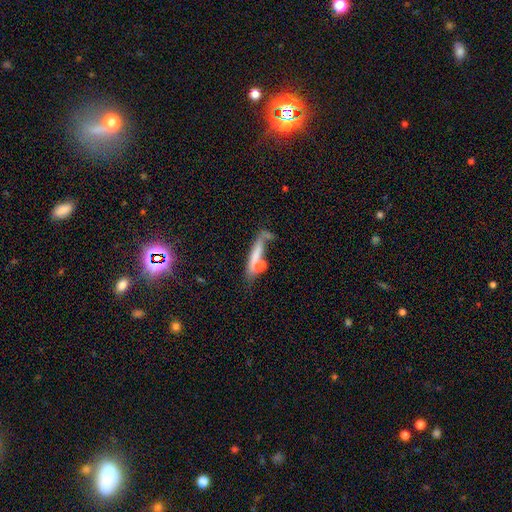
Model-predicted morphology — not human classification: Overall: smooth (59%; featured or disk 31%). How rounded: cigar-shaped (74%). Merging: none (39%; merger 31%).